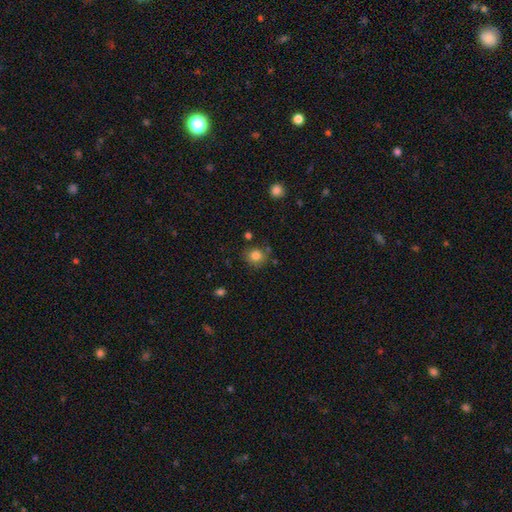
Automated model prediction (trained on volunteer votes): Q: Smooth or featured?
A: smooth (82%); runner-up: star or artifact (11%)
Q: How rounded?
A: round (82%); runner-up: in between (17%)
Q: Merging?
A: none (77%); runner-up: minor disturbance (13%)